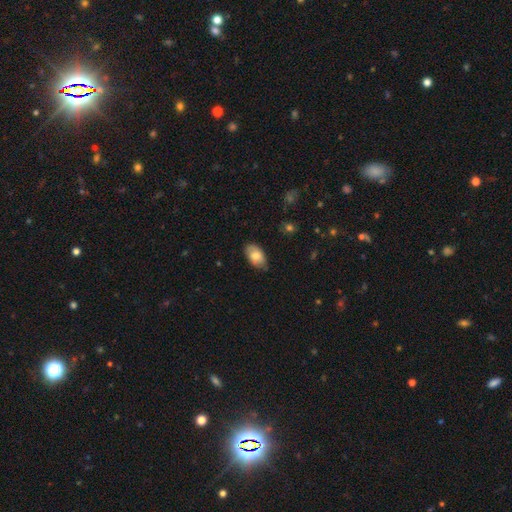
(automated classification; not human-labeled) Overall: smooth (74%). How rounded: in between (94%). Merging: none (75%).